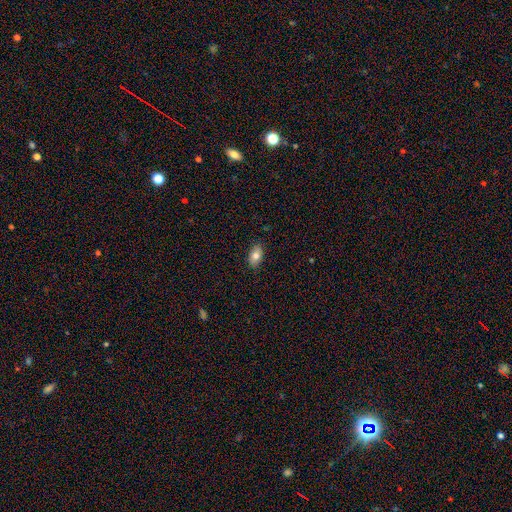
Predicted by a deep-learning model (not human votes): Smooth or featured? smooth (78%)
How rounded? in between (89%)
Merging? none (86%)